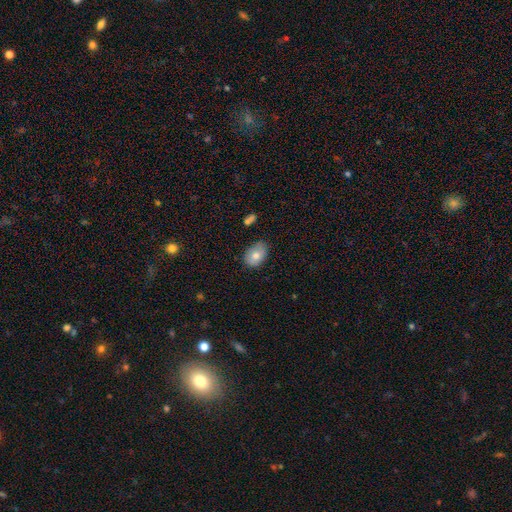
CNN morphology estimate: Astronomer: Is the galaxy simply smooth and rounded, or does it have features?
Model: smooth — 75%.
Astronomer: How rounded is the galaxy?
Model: in between — 80%.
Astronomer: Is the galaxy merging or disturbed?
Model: none — 74%.